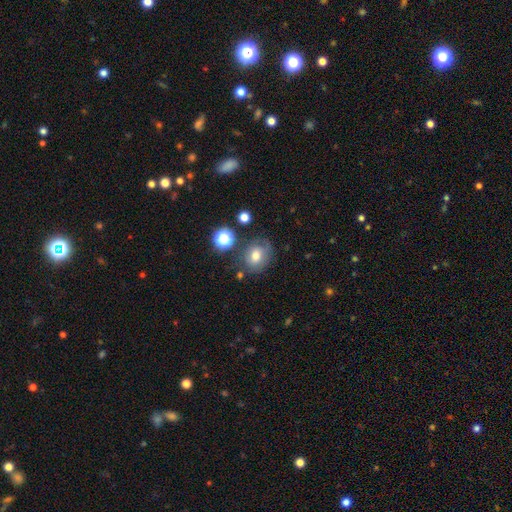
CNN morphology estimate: Smooth or featured? Predicted: smooth (p=0.67). How rounded? Predicted: round (p=0.54). Merging? Predicted: none (p=0.64).